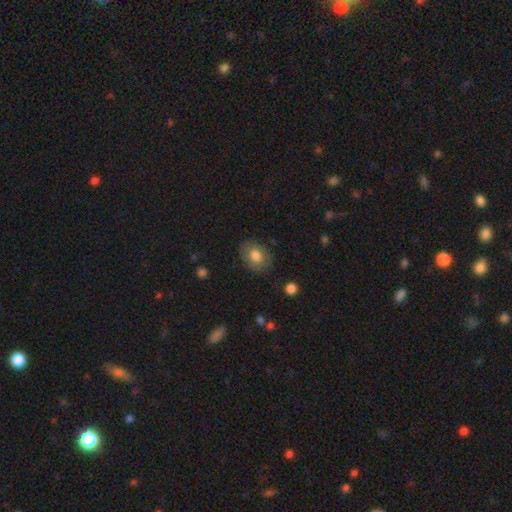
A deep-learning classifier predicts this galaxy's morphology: Smooth or featured: smooth — 76% (featured or disk — 16%)
How rounded: in between — 69% (round — 30%)
Merging: none — 82% (minor disturbance — 13%)